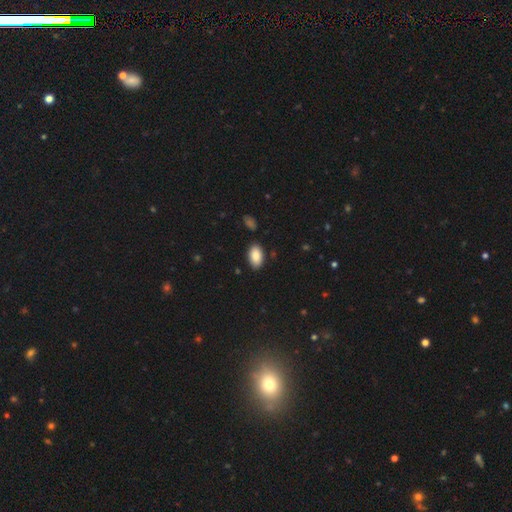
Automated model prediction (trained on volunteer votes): Morphology: type=smooth (88%); roundness=in between (95%); merging=none (86%).